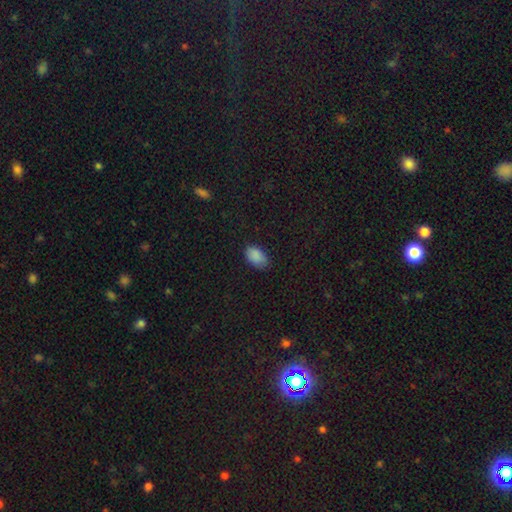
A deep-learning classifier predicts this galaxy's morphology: Smooth or featured? smooth (88%)
How rounded? in between (93%)
Merging? none (80%)